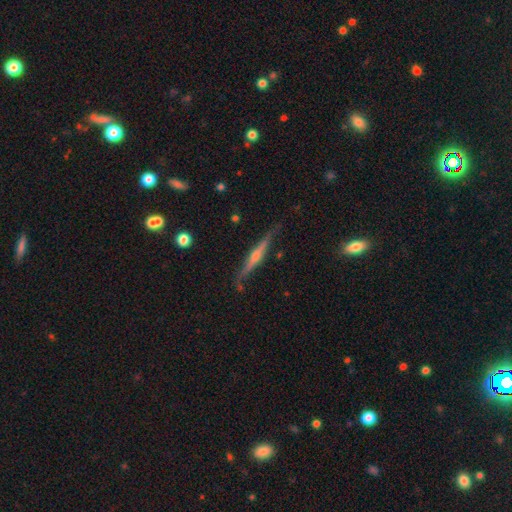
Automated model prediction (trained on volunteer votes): Smooth or featured?
  - featured or disk: 74% *
  - smooth: 18%
  - star or artifact: 9%
Edge-on disk?
  - yes: 95% *
  - no: 5%
Edge-on bulge?
  - rounded: 76% *
  - none: 14%
  - boxy: 10%
Merging?
  - none: 82% *
  - minor disturbance: 13%
  - major disturbance: 3%
  - merger: 2%